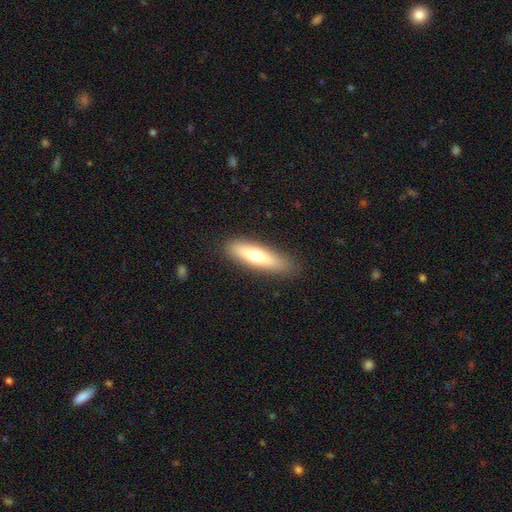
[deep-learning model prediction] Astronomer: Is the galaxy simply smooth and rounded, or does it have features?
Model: smooth — 62%.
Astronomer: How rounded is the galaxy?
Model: cigar-shaped — 69%.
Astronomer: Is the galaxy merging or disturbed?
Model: none — 86%.